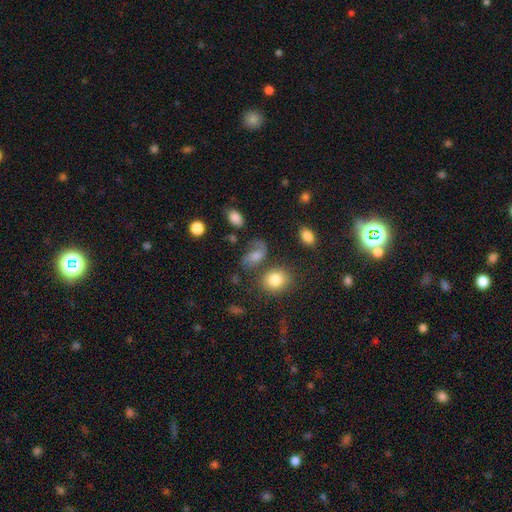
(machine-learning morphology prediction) A smooth galaxy with no disk features (45%). Merging: none (50%).